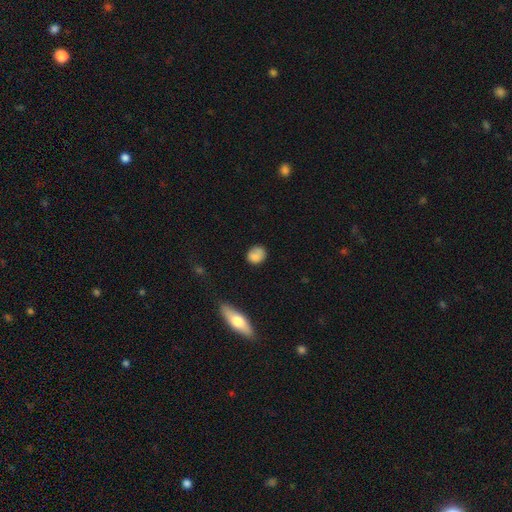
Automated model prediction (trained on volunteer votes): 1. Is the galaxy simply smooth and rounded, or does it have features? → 82% smooth, 9% star or artifact, 9% featured or disk.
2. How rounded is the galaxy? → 63% round, 35% in between, 2% cigar-shaped.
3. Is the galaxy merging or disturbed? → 68% none, 23% minor disturbance, 5% major disturbance, 3% merger.